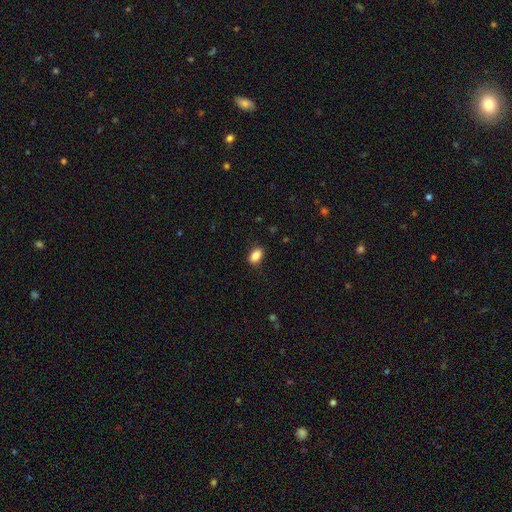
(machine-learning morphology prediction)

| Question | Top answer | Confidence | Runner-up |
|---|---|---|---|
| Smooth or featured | smooth | 87% | star or artifact (8%) |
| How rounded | in between | 87% | round (11%) |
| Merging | none | 86% | minor disturbance (10%) |